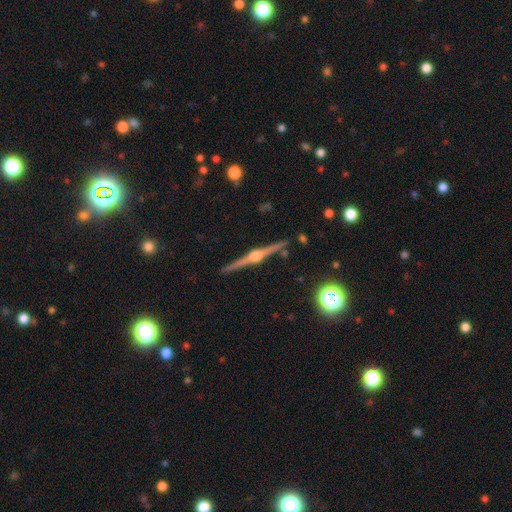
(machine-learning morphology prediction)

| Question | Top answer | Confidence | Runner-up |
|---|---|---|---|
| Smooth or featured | featured or disk | 87% | smooth (6%) |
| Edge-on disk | yes | 99% | no (1%) |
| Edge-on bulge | rounded | 94% | boxy (4%) |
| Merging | none | 92% | minor disturbance (5%) |